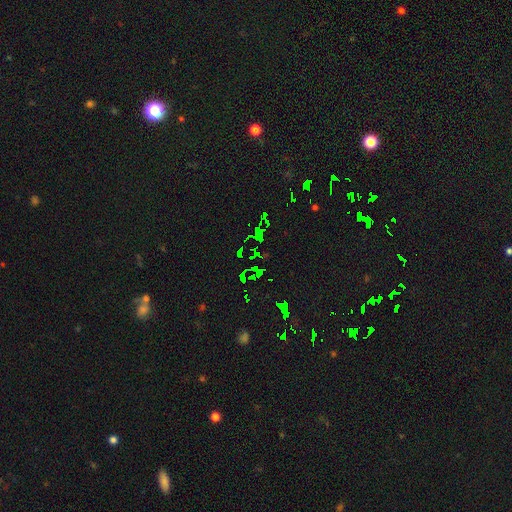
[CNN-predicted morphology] This appears to be a star or artifact, not a galaxy (76%).